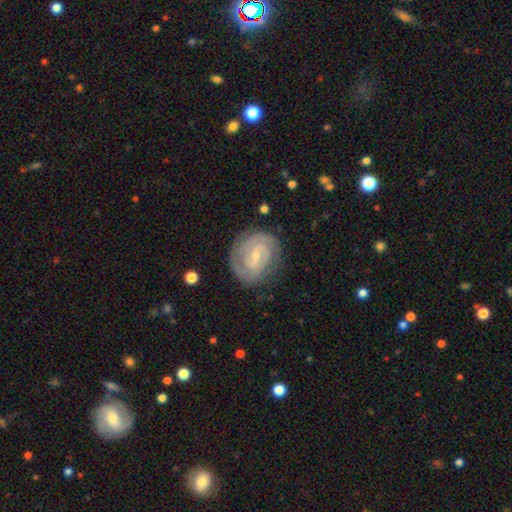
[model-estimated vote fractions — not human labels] Smooth or featured?
  - featured or disk: 85% *
  - smooth: 10%
  - star or artifact: 5%
Edge-on disk?
  - no: 98% *
  - yes: 2%
Bar?
  - weak: 52% *
  - no: 30%
  - strong: 18%
Spiral arms?
  - yes: 96% *
  - no: 4%
Spiral winding?
  - tight: 70% *
  - medium: 25%
  - loose: 5%
Spiral arm count?
  - 2: 69% *
  - can't tell: 14%
  - 3: 9%
  - 1: 3%
  - 4: 3%
  - more than 4: 2%
Bulge size?
  - small: 71% *
  - moderate: 25%
  - none: 2%
  - large: 1%
  - dominant: 1%
Merging?
  - none: 80% *
  - minor disturbance: 14%
  - major disturbance: 5%
  - merger: 1%